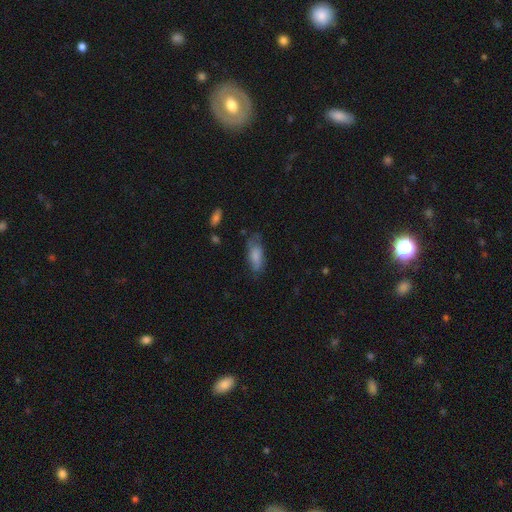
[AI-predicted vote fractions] Smooth or featured? Predicted: smooth (p=0.75). How rounded? Predicted: in between (p=0.78). Merging? Predicted: none (p=0.56).